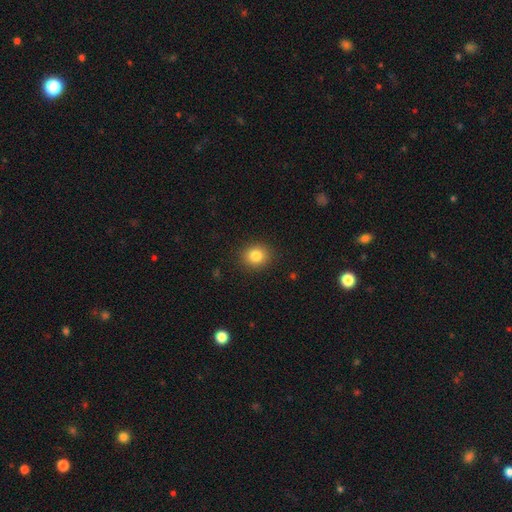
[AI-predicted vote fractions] smooth 83%, star or artifact 10%, featured or disk 6%. Down the decision tree: how rounded — round (78%); merging — none (90%).